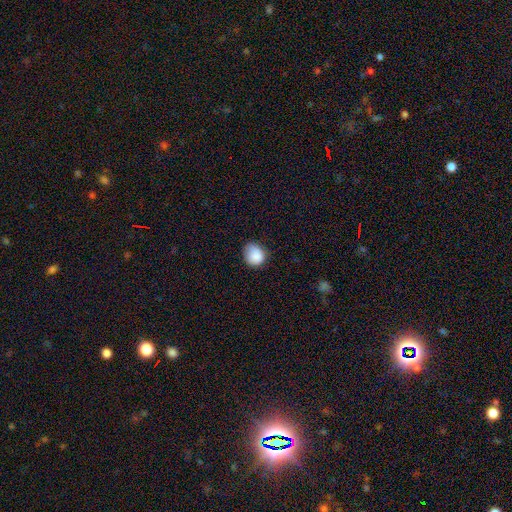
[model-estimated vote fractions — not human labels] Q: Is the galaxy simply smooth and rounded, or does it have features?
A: smooth — 87%.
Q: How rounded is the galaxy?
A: round — 72%.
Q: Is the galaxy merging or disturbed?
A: none — 63%.